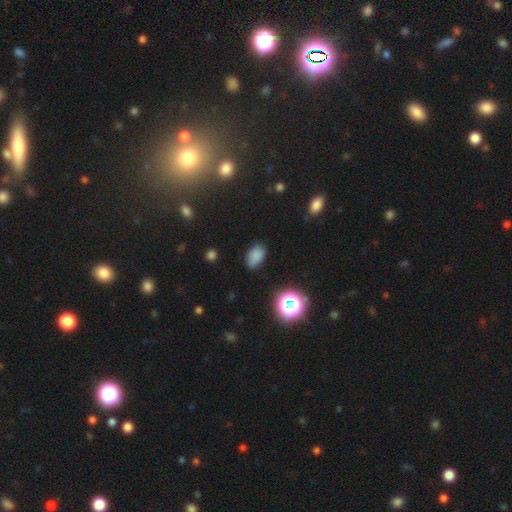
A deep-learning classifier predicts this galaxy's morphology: A smooth galaxy with no disk features (78%) that is in between round and cigar-shaped (87%).

Vote fractions:
- Smooth or featured? smooth: 78% / star or artifact: 16% / featured or disk: 6%
- How rounded? in between: 87% / round: 12% / cigar-shaped: 1%
- Merging? none: 75% / minor disturbance: 19% / major disturbance: 4% / merger: 2%